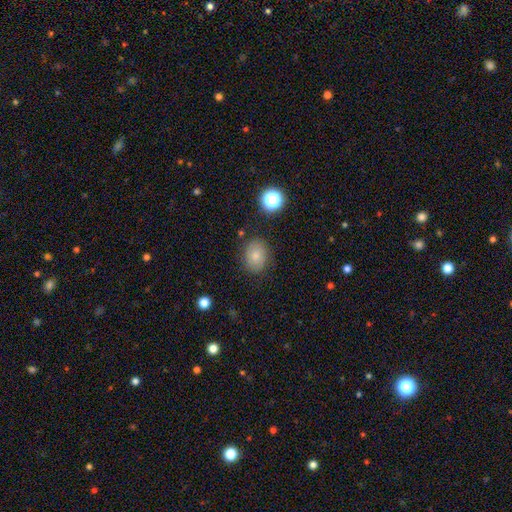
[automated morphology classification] Q: Smooth or featured?
A: smooth (80%); runner-up: star or artifact (11%)
Q: How rounded?
A: round (50%); runner-up: in between (49%)
Q: Merging?
A: none (83%); runner-up: minor disturbance (11%)